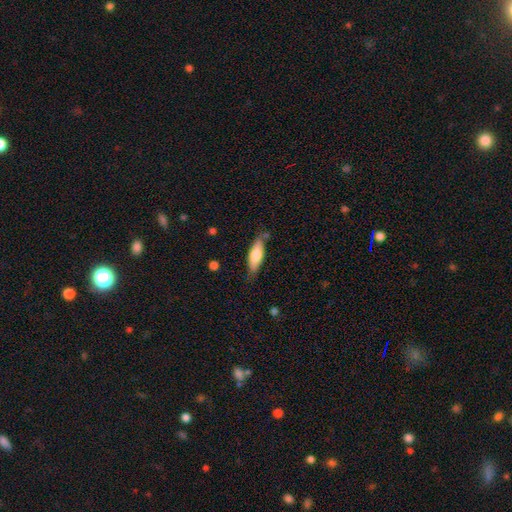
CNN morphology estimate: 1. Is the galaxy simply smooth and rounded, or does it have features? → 69% smooth, 25% featured or disk, 6% star or artifact.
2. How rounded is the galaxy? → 50% in between, 49% cigar-shaped, 2% round.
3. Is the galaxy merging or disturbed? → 76% none, 18% minor disturbance, 3% major disturbance, 3% merger.